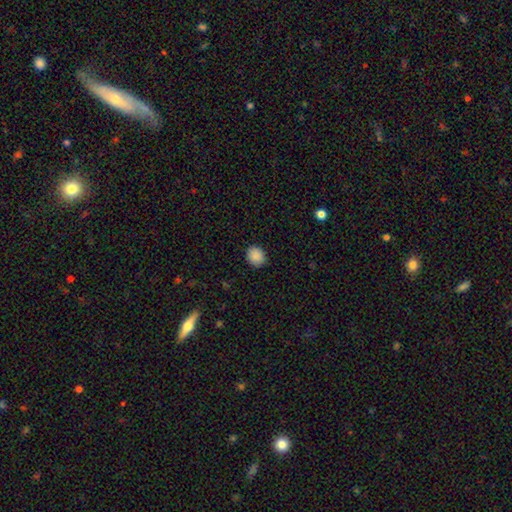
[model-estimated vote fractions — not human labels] Smooth or featured?
  - smooth: 88% *
  - star or artifact: 9%
  - featured or disk: 3%
How rounded?
  - round: 75% *
  - in between: 25%
  - cigar-shaped: 1%
Merging?
  - none: 90% *
  - minor disturbance: 7%
  - major disturbance: 2%
  - merger: 1%